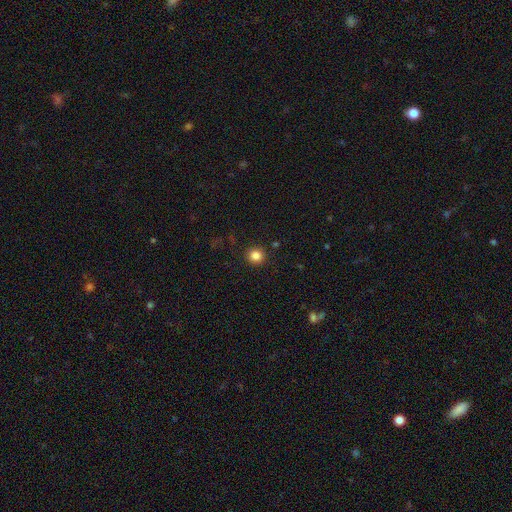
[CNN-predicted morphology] The model was most divided on "smooth or featured": smooth: 84%, star or artifact: 12%, featured or disk: 4%. More confident: how rounded — round (92%); merging — none (91%).